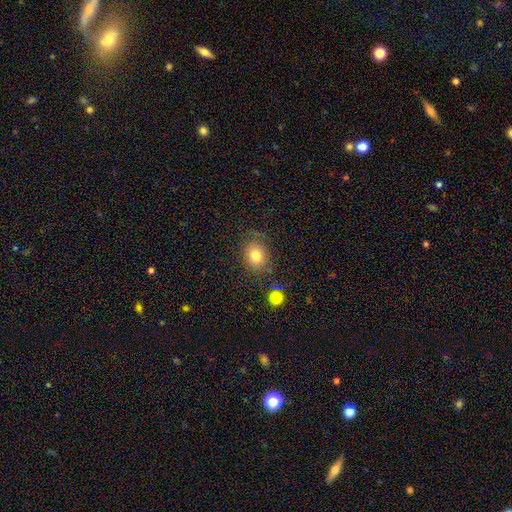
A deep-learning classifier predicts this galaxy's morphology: Smooth or featured? smooth (79%)
How rounded? round (56%)
Merging? none (74%)